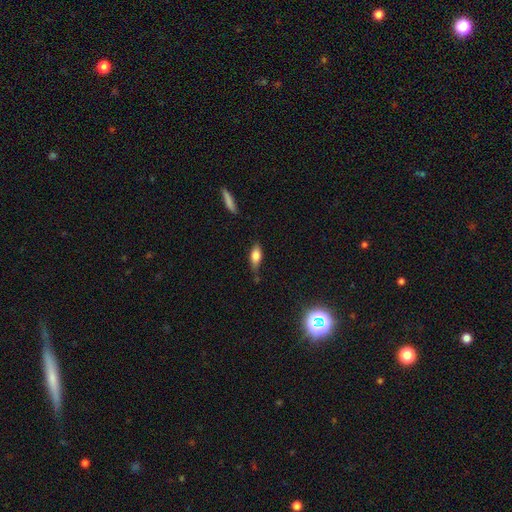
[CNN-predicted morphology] smooth 77%, featured or disk 16%, star or artifact 8%. Down the decision tree: how rounded — in between (76%); merging — none (63%).